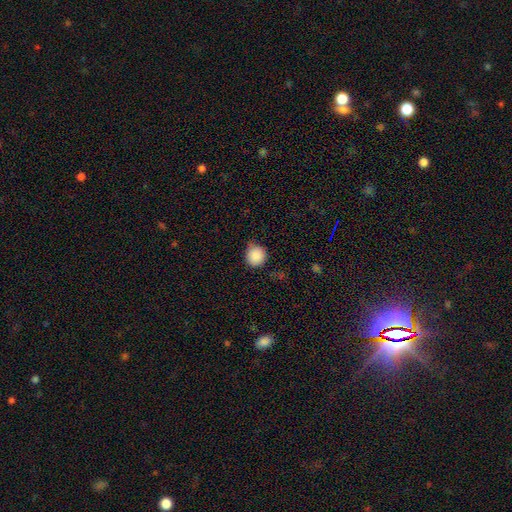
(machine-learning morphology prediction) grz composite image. It shows a smooth galaxy with no disk features (88%) that is round (89%). Merging: none (72%).